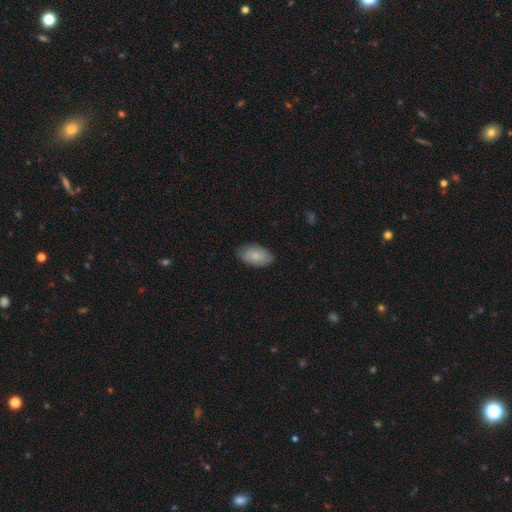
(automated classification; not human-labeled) This appears to be a smooth galaxy with no disk features (80%) that is in between round and cigar-shaped (94%). Merging: none (84%).